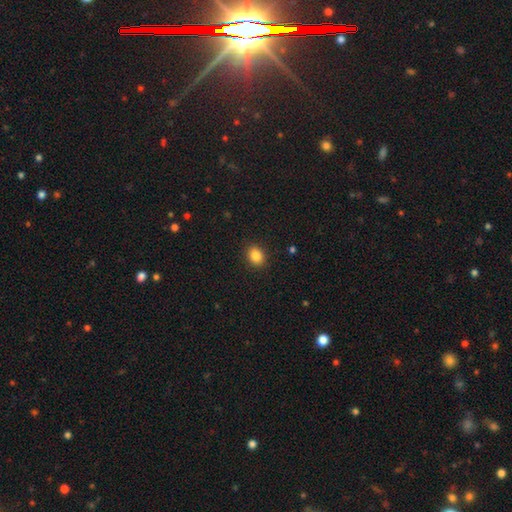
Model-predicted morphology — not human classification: A smooth galaxy with no disk features (86%) that is in between round and cigar-shaped (54%).

Vote fractions:
- Smooth or featured? smooth: 86% / star or artifact: 10% / featured or disk: 5%
- How rounded? in between: 54% / round: 45% / cigar-shaped: 1%
- Merging? none: 90% / minor disturbance: 7% / major disturbance: 2% / merger: 1%